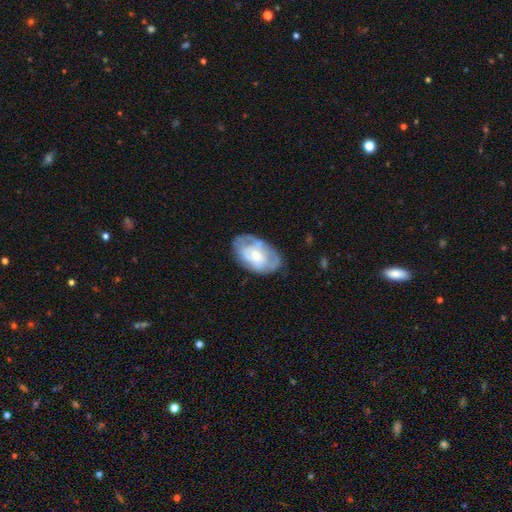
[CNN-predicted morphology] This is possibly a featured or disk galaxy (55%). It is clearly not viewed edge-on (95%). Bar: likely no (72%). Spiral arm pattern: possibly yes (54%). Central bulge: possibly moderate (51%). Merging: likely none (65%).